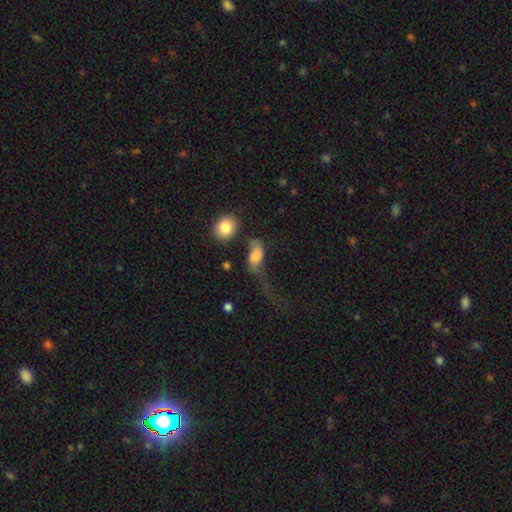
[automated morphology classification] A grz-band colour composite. It shows a smooth galaxy with no disk features (70%) that is in between round and cigar-shaped (83%). Merging: major disturbance (53%).